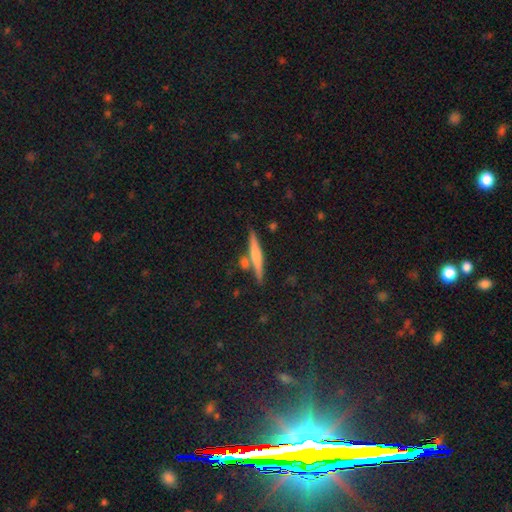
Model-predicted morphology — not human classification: type=smooth (48%); merging=none (77%).